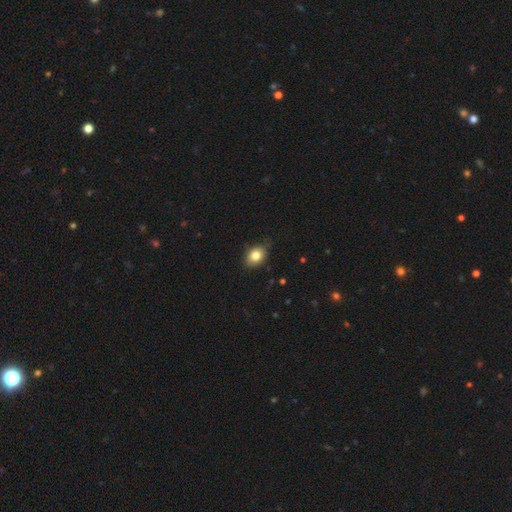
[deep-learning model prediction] A smooth galaxy with no disk features (81%) that is in between round and cigar-shaped (66%).

Vote fractions:
- Smooth or featured? smooth: 81% / featured or disk: 10% / star or artifact: 9%
- How rounded? in between: 66% / round: 32% / cigar-shaped: 1%
- Merging? none: 77% / minor disturbance: 19% / major disturbance: 3% / merger: 1%